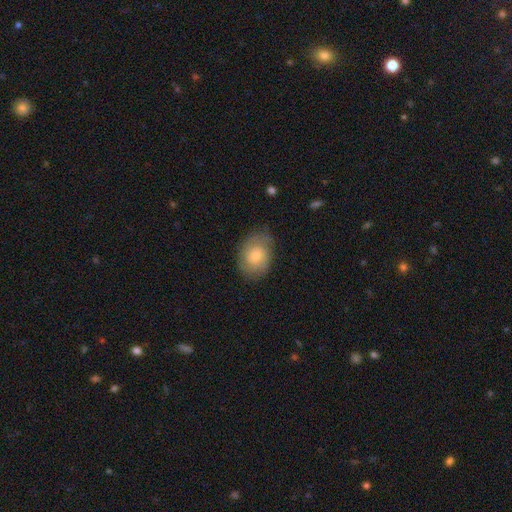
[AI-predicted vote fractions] smooth_or_featured: smooth (p=0.70) [alt: featured or disk p=0.24]
how_rounded: in between (p=0.70) [alt: round p=0.29]
merging: none (p=0.73) [alt: minor disturbance p=0.20]